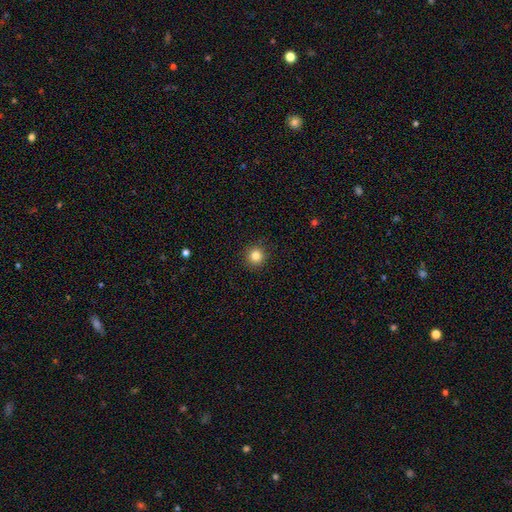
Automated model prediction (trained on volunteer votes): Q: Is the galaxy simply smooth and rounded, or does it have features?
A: smooth — 83%.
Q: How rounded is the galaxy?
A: round — 94%.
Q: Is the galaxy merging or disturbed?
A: none — 92%.